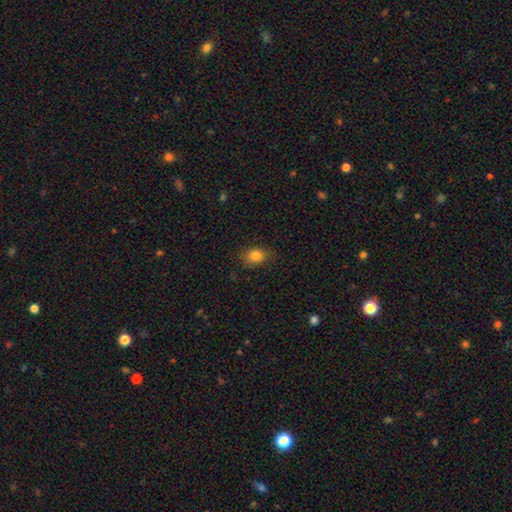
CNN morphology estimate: Smooth or featured: smooth — 82% (star or artifact — 11%)
How rounded: in between — 55% (round — 44%)
Merging: none — 81% (minor disturbance — 15%)